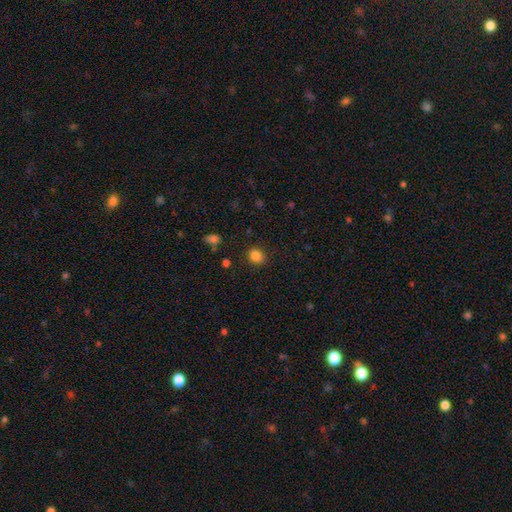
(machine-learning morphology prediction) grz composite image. It shows a smooth galaxy with no disk features (84%) that is round (64%). Merging: none (85%).